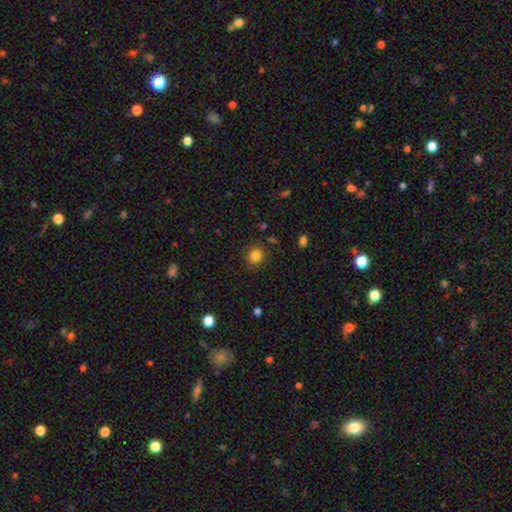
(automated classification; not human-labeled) Smooth or featured? Predicted: smooth (p=0.83). How rounded? Predicted: round (p=0.87). Merging? Predicted: none (p=0.85).